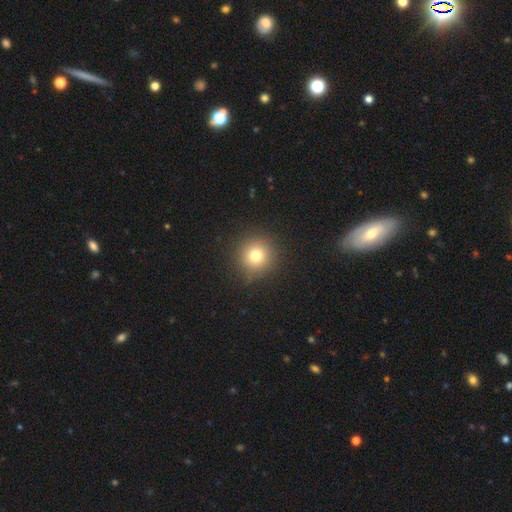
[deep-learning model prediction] smooth-or-featured: smooth: 77% | star or artifact: 14% | featured or disk: 9%
  how-rounded: round: 94% | in between: 6% | cigar-shaped: 1%
  merging: none: 89% | minor disturbance: 7% | major disturbance: 3% | merger: 1%